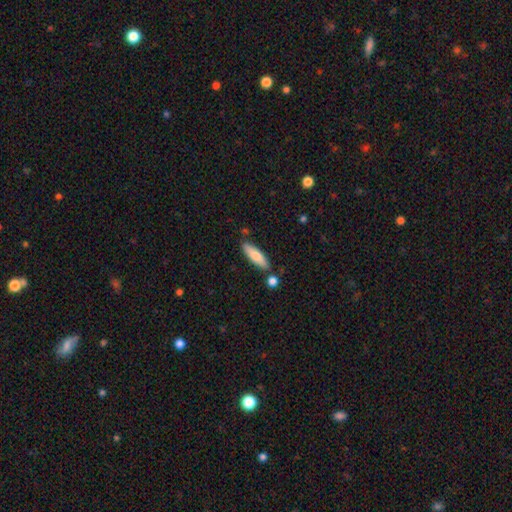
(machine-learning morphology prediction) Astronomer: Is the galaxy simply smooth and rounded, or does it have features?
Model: smooth — 77%.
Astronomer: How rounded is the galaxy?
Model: cigar-shaped — 57% (runner-up: in between, 41%).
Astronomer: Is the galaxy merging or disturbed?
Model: none — 80%.